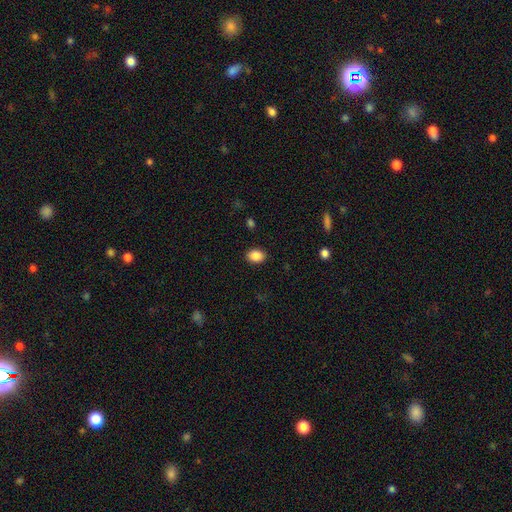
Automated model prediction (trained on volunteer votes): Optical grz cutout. It shows a smooth galaxy with no disk features (88%) that is in between round and cigar-shaped (71%). Merging: none (89%).